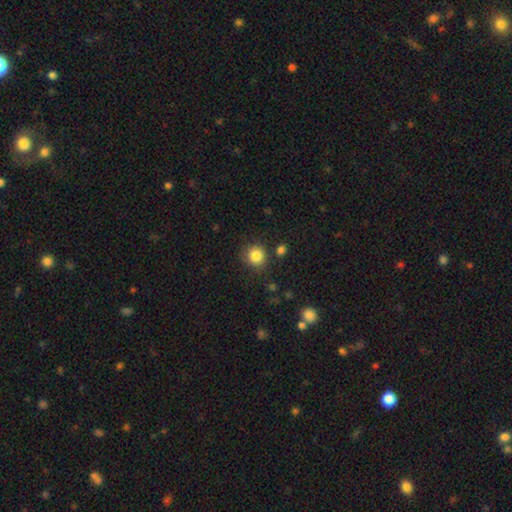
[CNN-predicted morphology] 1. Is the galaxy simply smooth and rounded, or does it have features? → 84% smooth, 10% star or artifact, 5% featured or disk.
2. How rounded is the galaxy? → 90% round, 9% in between, 1% cigar-shaped.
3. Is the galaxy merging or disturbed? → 84% none, 10% minor disturbance, 4% merger, 3% major disturbance.